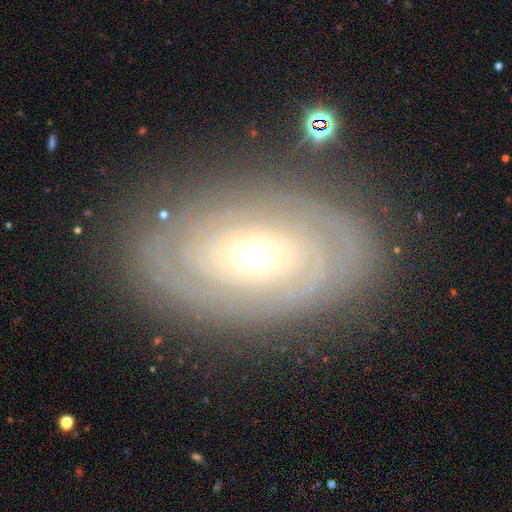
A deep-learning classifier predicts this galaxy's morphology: Smooth or featured? Predicted: featured or disk (p=0.76). Edge-on disk? Predicted: no (p=0.93). Bar? Predicted: no (p=0.81). Spiral arms? Predicted: yes (p=0.80). Spiral winding? Predicted: tight (p=0.77). Spiral arm count? Predicted: can't tell (p=0.45). Bulge size? Predicted: moderate (p=0.59). Merging? Predicted: none (p=0.78).